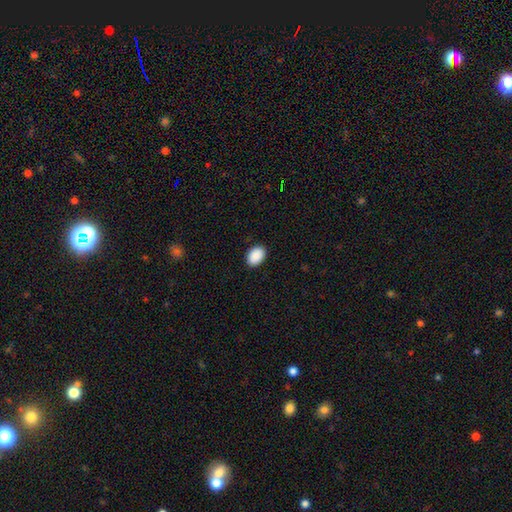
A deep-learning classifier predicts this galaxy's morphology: Smooth or featured? smooth (91%)
How rounded? in between (85%)
Merging? none (90%)